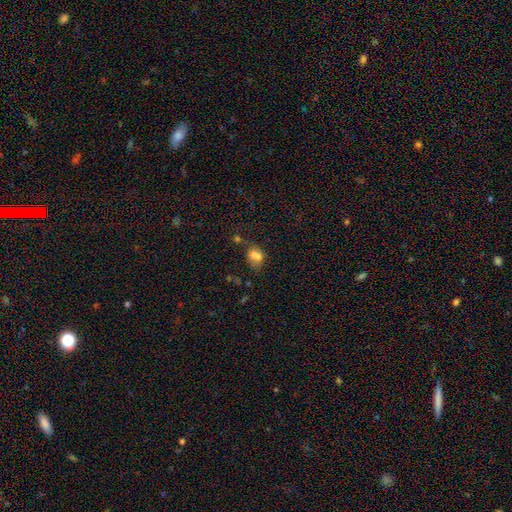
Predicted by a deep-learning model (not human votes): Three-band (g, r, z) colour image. It shows a smooth galaxy with no disk features (67%) that is in between round and cigar-shaped (54%). Merging: merger (55%).